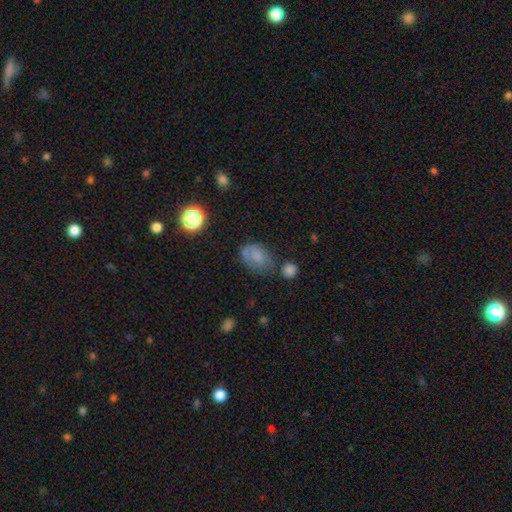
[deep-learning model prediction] Overall: smooth (71%). How rounded: in between (78%). Merging: none (50%; minor disturbance 27%).